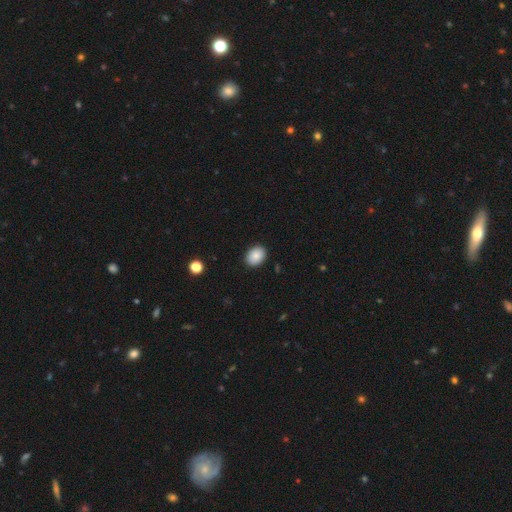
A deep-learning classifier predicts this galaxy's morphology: A smooth galaxy with no disk features (87%) that is in between round and cigar-shaped (65%).

Vote fractions:
- Smooth or featured? smooth: 87% / star or artifact: 8% / featured or disk: 5%
- How rounded? in between: 65% / round: 34% / cigar-shaped: 1%
- Merging? none: 89% / minor disturbance: 8% / major disturbance: 2% / merger: 1%